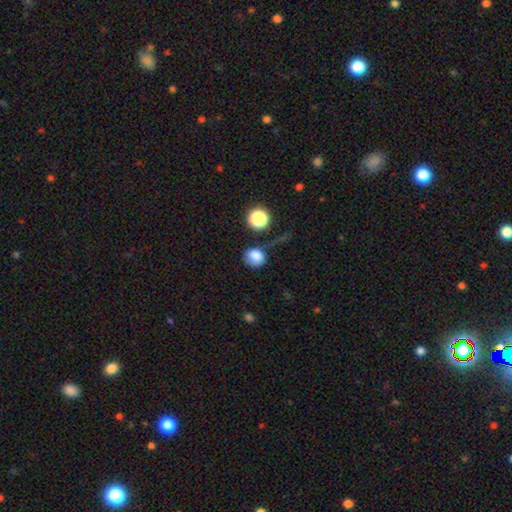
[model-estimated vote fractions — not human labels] smooth 78%, star or artifact 12%, featured or disk 10%. Down the decision tree: how rounded — round (67%); merging — none (48%).